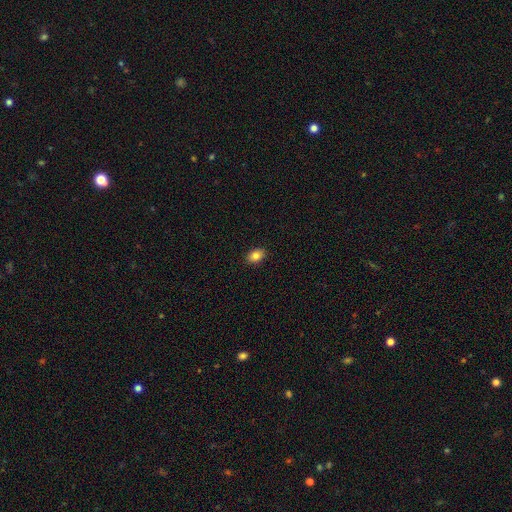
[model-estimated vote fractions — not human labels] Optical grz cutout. It shows a smooth galaxy with no disk features (84%) that is in between round and cigar-shaped (80%). Merging: none (89%).